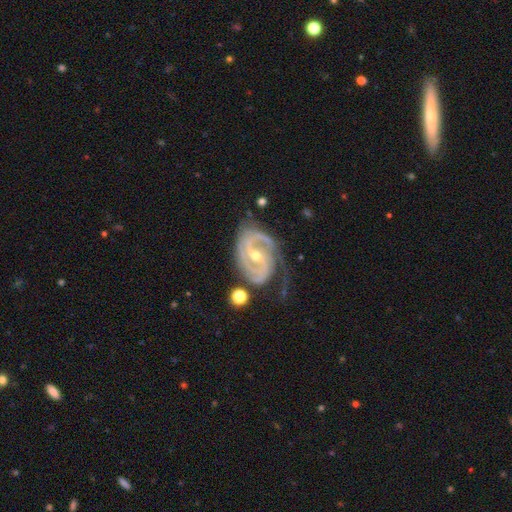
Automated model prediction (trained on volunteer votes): A featured or disk galaxy (92%) with a weak bar (40%), 2 (69%) tight (52%) spiral arms (98%) and a small central bulge (49%).

Vote fractions:
- Smooth or featured? featured or disk: 92% / star or artifact: 5% / smooth: 3%
- Edge-on disk? no: 97% / yes: 3%
- Bar? weak: 40% / no: 30% / strong: 29%
- Spiral arms? yes: 98% / no: 2%
- Spiral winding? tight: 52% / medium: 40% / loose: 8%
- Spiral arm count? 2: 69% / 3: 16% / can't tell: 7% / 1: 3% / 4: 3% / more than 4: 2%
- Bulge size? small: 49% / moderate: 48% / large: 1% / none: 1% / dominant: 1%
- Merging? none: 58% / minor disturbance: 26% / major disturbance: 13% / merger: 3%